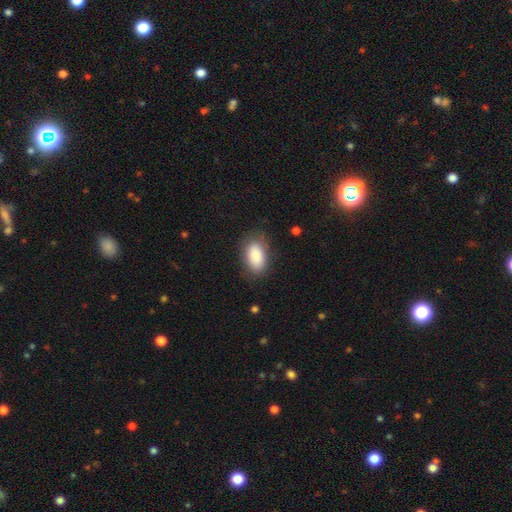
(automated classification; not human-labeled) Morphology: type=smooth (87%); roundness=in between (92%); merging=none (78%).